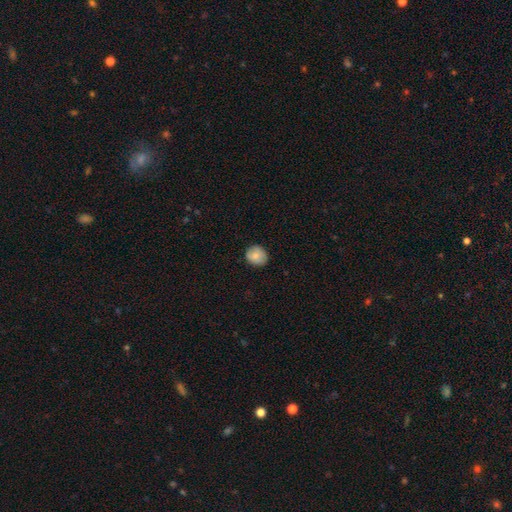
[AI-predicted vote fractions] smooth 77%, featured or disk 15%, star or artifact 8%. Down the decision tree: how rounded — round (78%); merging — none (82%).